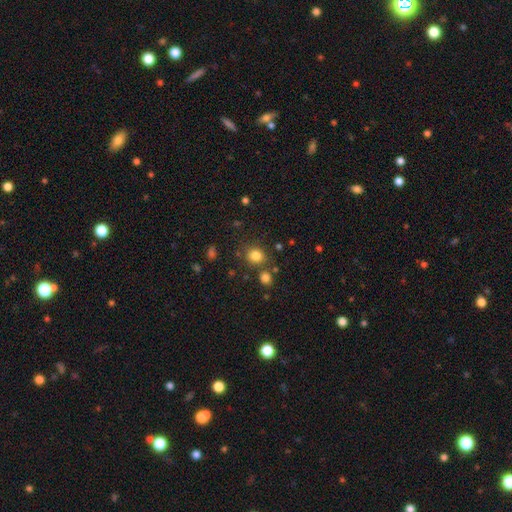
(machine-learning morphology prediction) smooth 81%, star or artifact 13%, featured or disk 6%. Down the decision tree: how rounded — round (77%); merging — none (76%).